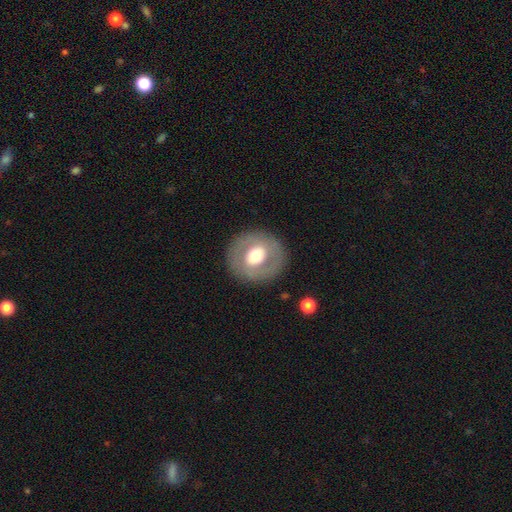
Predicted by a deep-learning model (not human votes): A smooth galaxy with no disk features (49%). Merging: none (85%).